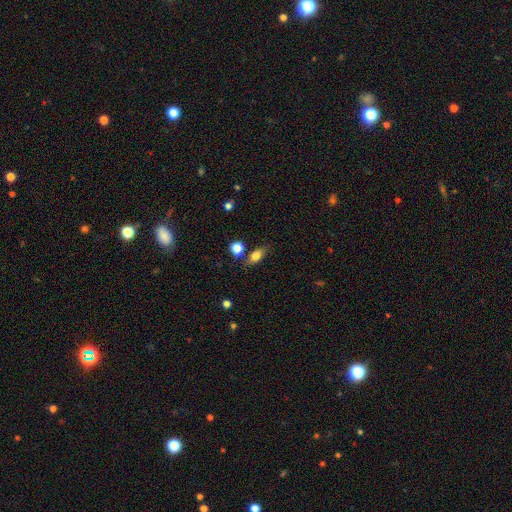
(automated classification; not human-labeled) The model was most divided on "merging": none: 75%, minor disturbance: 15%, merger: 7%, major disturbance: 4%. More confident: smooth or featured — smooth (77%); how rounded — in between (77%).